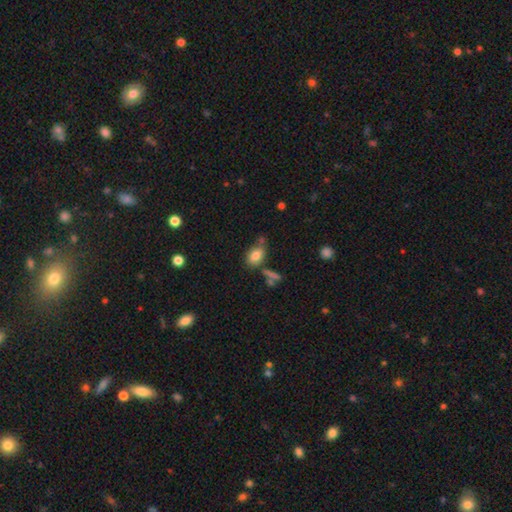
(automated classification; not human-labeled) This is clearly a smooth galaxy (81%). How rounded: clearly in between (84%). Merging: likely none (62%).